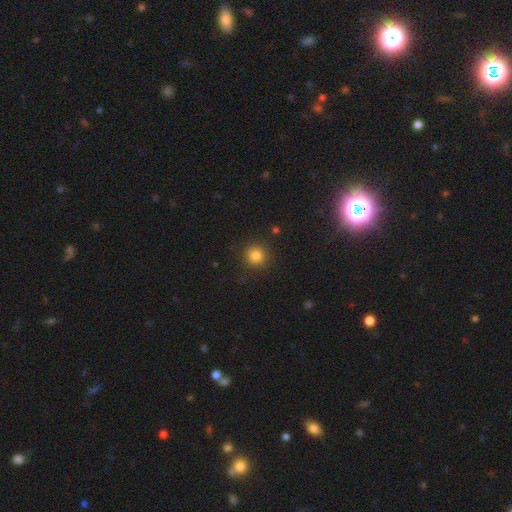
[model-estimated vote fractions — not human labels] This appears to be a smooth galaxy with no disk features (83%) that is round (93%). Merging: none (89%).